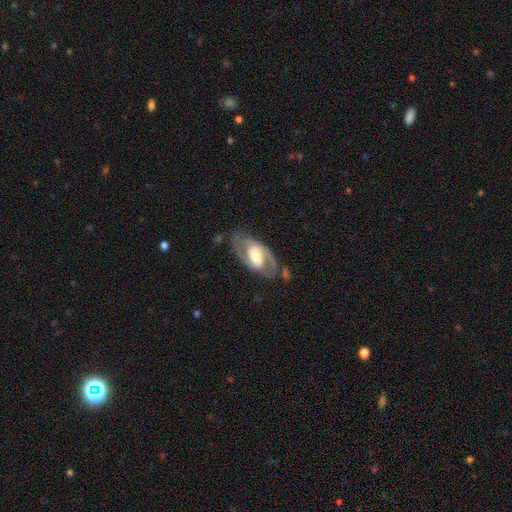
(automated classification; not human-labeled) A featured or disk galaxy (76%) with no bar (38%), 2 (83%) medium (50%) spiral arms (78%) and a moderate central bulge (48%).

Vote fractions:
- Smooth or featured? featured or disk: 76% / smooth: 19% / star or artifact: 5%
- Edge-on disk? no: 93% / yes: 7%
- Bar? no: 38% / weak: 36% / strong: 26%
- Spiral arms? yes: 78% / no: 22%
- Spiral winding? medium: 50% / tight: 32% / loose: 18%
- Spiral arm count? 2: 83% / can't tell: 9% / 1: 4% / 3: 1% / 4: 1% / more than 4: 1%
- Bulge size? moderate: 48% / large: 25% / small: 22% / dominant: 3% / none: 2%
- Merging? none: 72% / minor disturbance: 16% / major disturbance: 9% / merger: 3%